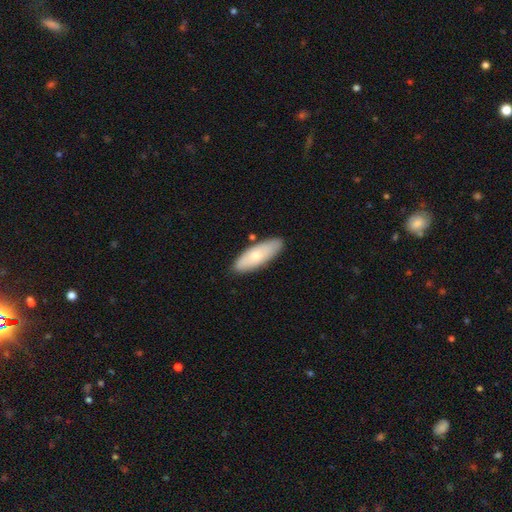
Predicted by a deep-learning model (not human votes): Q: Smooth or featured?
A: smooth (71%); runner-up: featured or disk (23%)
Q: How rounded?
A: in between (69%); runner-up: cigar-shaped (29%)
Q: Merging?
A: none (83%); runner-up: minor disturbance (12%)